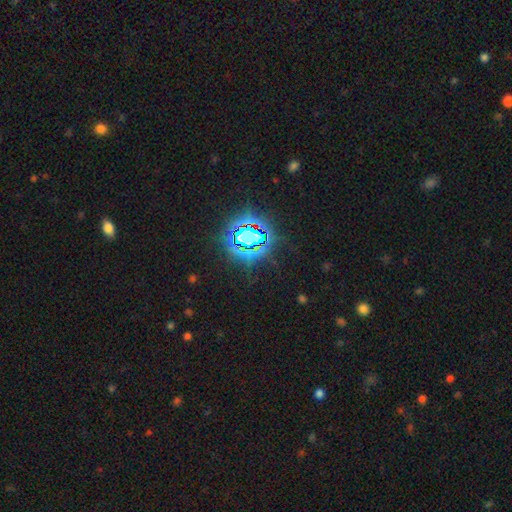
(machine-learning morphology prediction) Smooth or featured? star or artifact (84%)